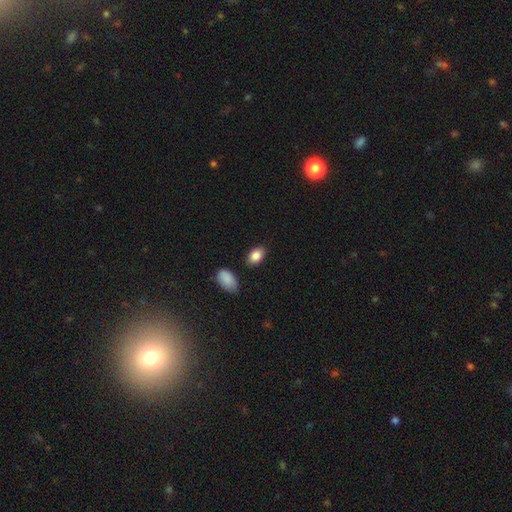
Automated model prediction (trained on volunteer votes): smooth_or_featured: smooth (p=0.86) [alt: star or artifact p=0.08]
how_rounded: in between (p=0.86) [alt: round p=0.13]
merging: none (p=0.82) [alt: minor disturbance p=0.12]